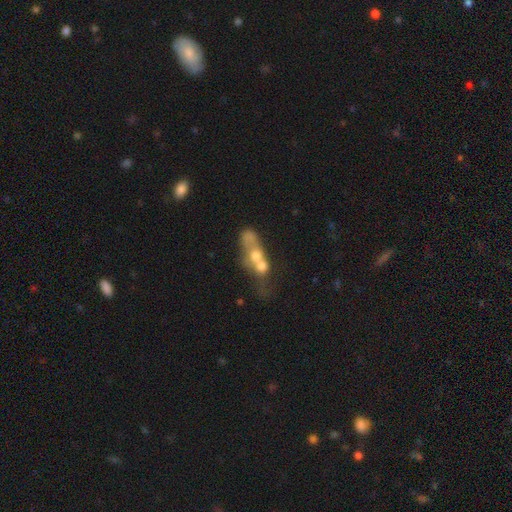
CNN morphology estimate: Smooth or featured?
  - smooth: 51% *
  - featured or disk: 38%
  - star or artifact: 11%
How rounded?
  - in between: 53% *
  - round: 30%
  - cigar-shaped: 16%
Merging?
  - merger: 72% *
  - major disturbance: 12%
  - none: 10%
  - minor disturbance: 6%